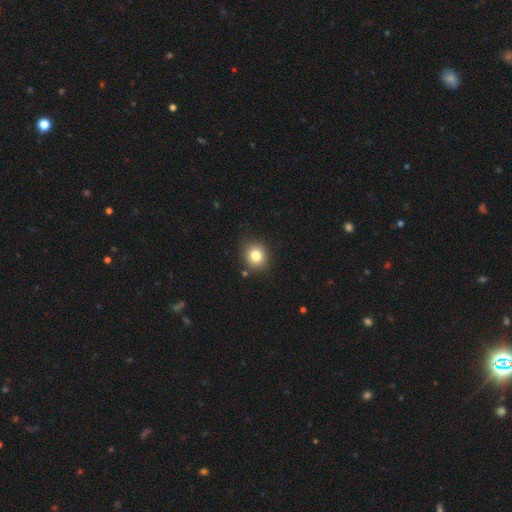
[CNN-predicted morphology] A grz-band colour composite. It shows a smooth galaxy with no disk features (80%) that is round (80%). Merging: none (85%).